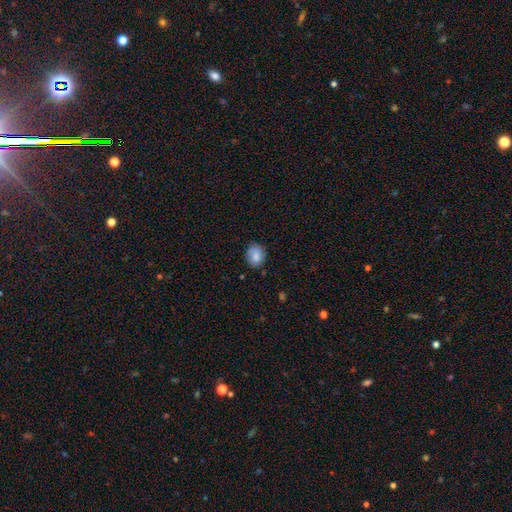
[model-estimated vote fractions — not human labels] smooth-or-featured: smooth: 82% | featured or disk: 10% | star or artifact: 8%
  how-rounded: round: 51% | in between: 48% | cigar-shaped: 1%
  merging: none: 75% | minor disturbance: 20% | major disturbance: 4% | merger: 2%